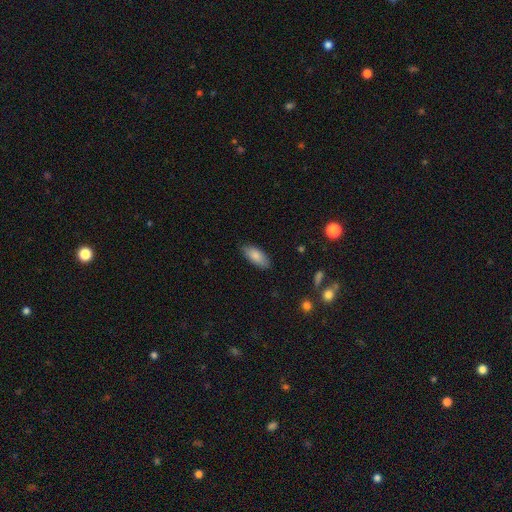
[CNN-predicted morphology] smooth-or-featured: smooth: 85% | featured or disk: 8% | star or artifact: 6%
  how-rounded: in between: 85% | cigar-shaped: 13% | round: 2%
  merging: none: 85% | minor disturbance: 12% | major disturbance: 2% | merger: 1%